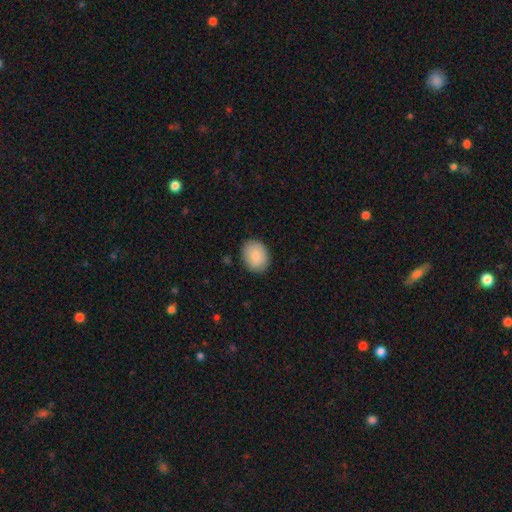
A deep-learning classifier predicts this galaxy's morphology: Q: Smooth or featured?
A: smooth (87%); runner-up: featured or disk (7%)
Q: How rounded?
A: in between (58%); runner-up: round (41%)
Q: Merging?
A: none (87%); runner-up: minor disturbance (10%)